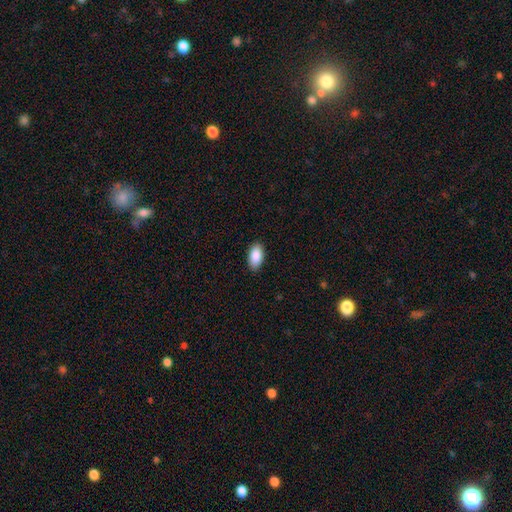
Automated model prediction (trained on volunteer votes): Smooth or featured?
  - smooth: 89% *
  - star or artifact: 6%
  - featured or disk: 4%
How rounded?
  - in between: 95% *
  - round: 3%
  - cigar-shaped: 3%
Merging?
  - none: 89% *
  - minor disturbance: 8%
  - major disturbance: 2%
  - merger: 1%